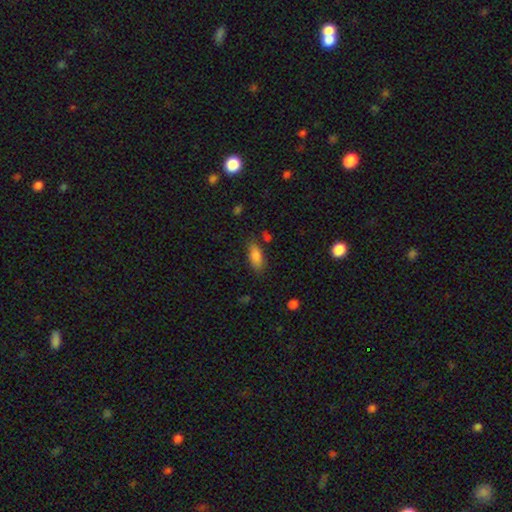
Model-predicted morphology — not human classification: Smooth or featured? Predicted: smooth (p=0.85). How rounded? Predicted: in between (p=0.84). Merging? Predicted: none (p=0.72).